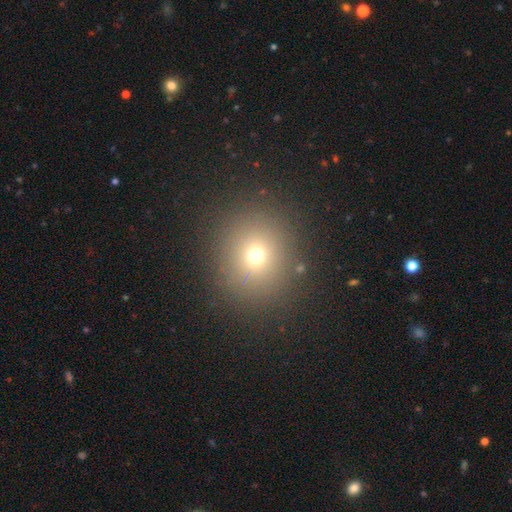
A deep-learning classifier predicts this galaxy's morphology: smooth-or-featured: smooth: 68% | star or artifact: 22% | featured or disk: 10%
  how-rounded: round: 89% | in between: 10% | cigar-shaped: 1%
  merging: none: 87% | minor disturbance: 7% | major disturbance: 4% | merger: 2%